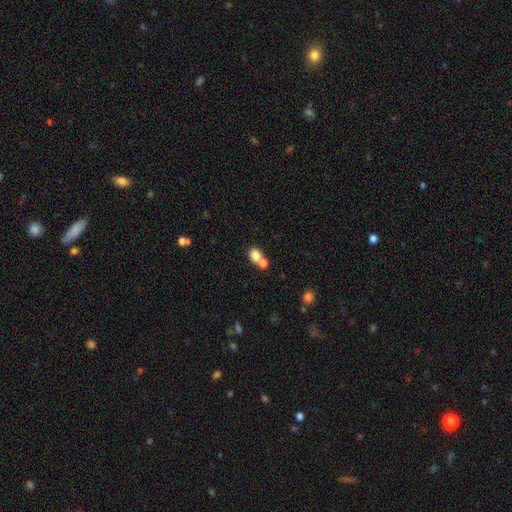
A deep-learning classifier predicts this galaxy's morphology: Smooth or featured?
  - smooth: 81% *
  - star or artifact: 11%
  - featured or disk: 8%
How rounded?
  - round: 54% *
  - in between: 45%
  - cigar-shaped: 1%
Merging?
  - merger: 45% *
  - none: 43%
  - minor disturbance: 8%
  - major disturbance: 4%